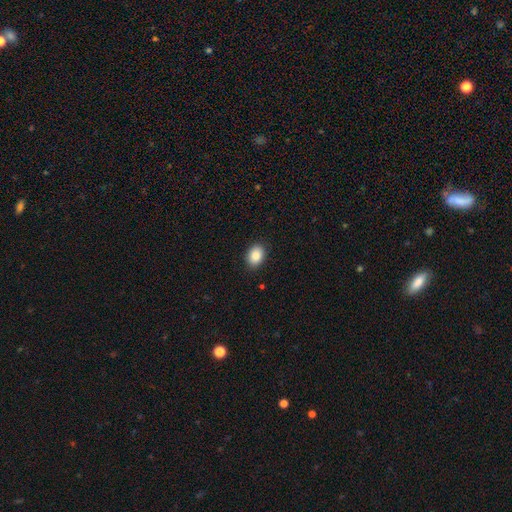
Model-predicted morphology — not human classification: The model was most divided on "how rounded": in between: 73%, round: 26%, cigar-shaped: 1%. More confident: merging — none (89%); smooth or featured — smooth (88%).